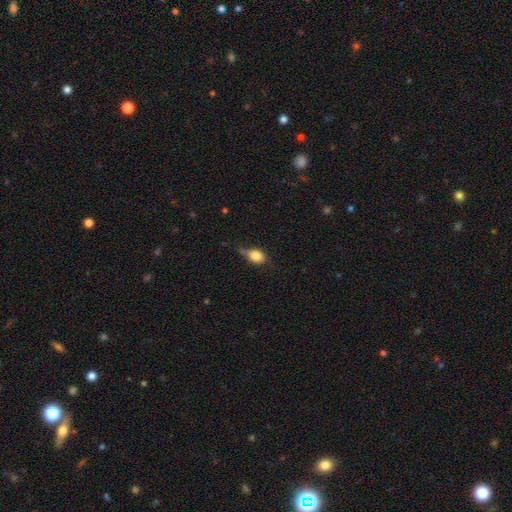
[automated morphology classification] Smooth or featured?
  - smooth: 80% *
  - featured or disk: 11%
  - star or artifact: 9%
How rounded?
  - in between: 64% *
  - round: 33%
  - cigar-shaped: 3%
Merging?
  - none: 53% *
  - minor disturbance: 32%
  - major disturbance: 9%
  - merger: 6%